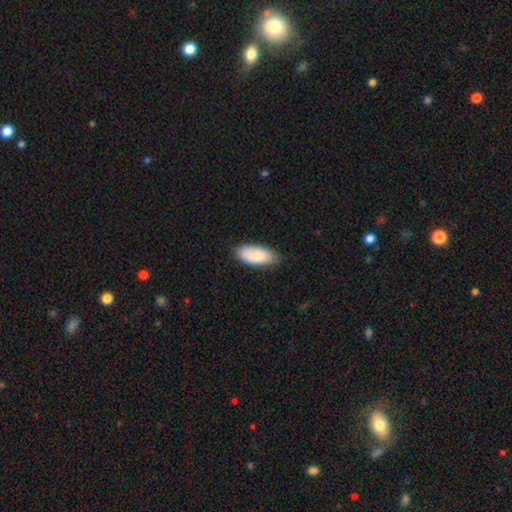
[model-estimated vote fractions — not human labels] Overall: smooth (84%). How rounded: in between (90%). Merging: none (78%).